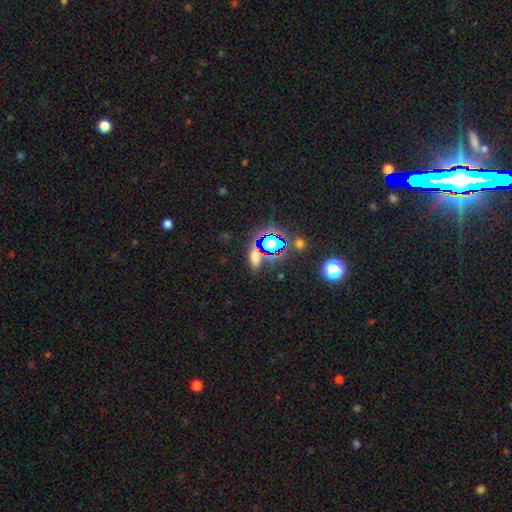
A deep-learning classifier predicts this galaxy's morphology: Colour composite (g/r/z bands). It shows a smooth galaxy with no disk features (51%) that is in between round and cigar-shaped (65%). Merging: none (74%).